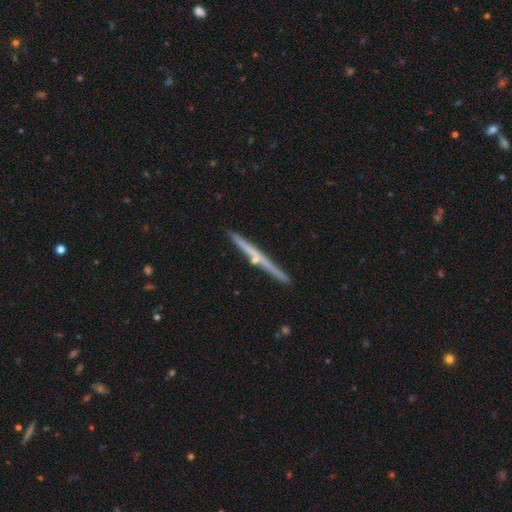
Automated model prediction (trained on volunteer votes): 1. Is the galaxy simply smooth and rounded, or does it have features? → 69% featured or disk, 25% smooth, 6% star or artifact.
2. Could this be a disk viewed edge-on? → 98% yes, 2% no.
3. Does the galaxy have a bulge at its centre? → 51% rounded, 44% none, 5% boxy.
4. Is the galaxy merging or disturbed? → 88% none, 7% minor disturbance, 3% merger, 2% major disturbance.